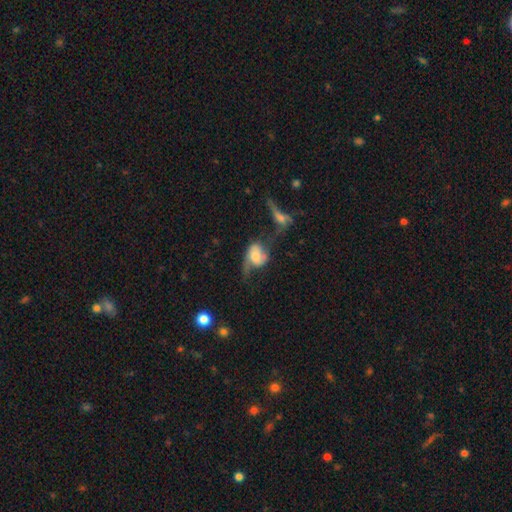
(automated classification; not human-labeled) Overall: featured or disk (59%; smooth 33%). Edge-on disk: no (95%). Bar: no (62%; weak 30%). Spiral arms: yes (82%). Bulge size: moderate (36%; large 24%). Merging: merger (37%; major disturbance 26%).